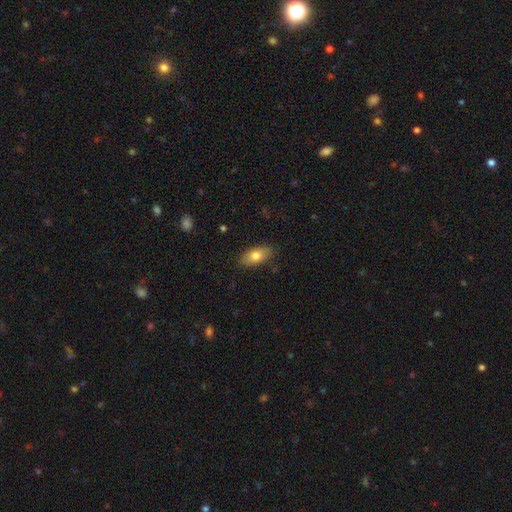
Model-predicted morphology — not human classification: type=smooth (76%); roundness=in between (86%); merging=none (85%).